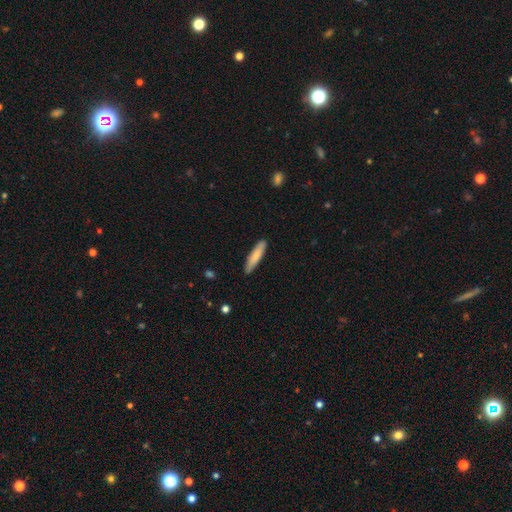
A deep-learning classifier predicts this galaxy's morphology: type=smooth (82%); roundness=cigar-shaped (83%); merging=none (87%).